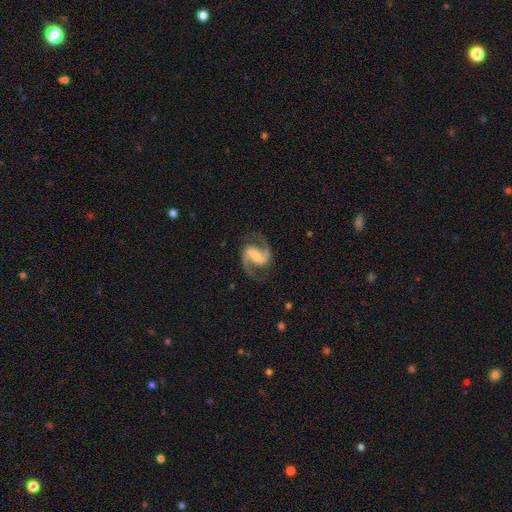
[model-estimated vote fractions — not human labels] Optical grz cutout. It shows a featured or disk galaxy (92%) with a strong bar (41%), 2 (94%) medium (63%) spiral arms (98%) and a moderate central bulge (37%). Merging: none (83%).